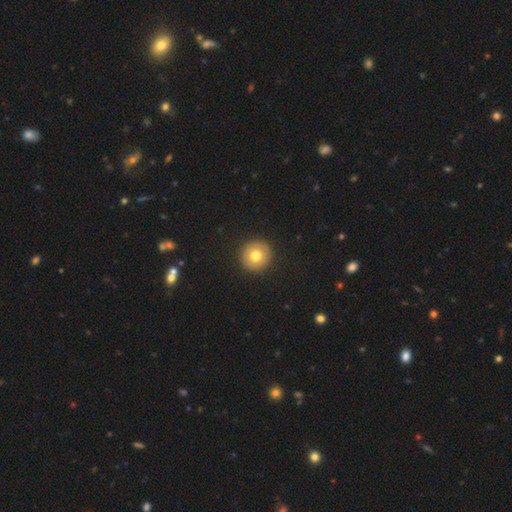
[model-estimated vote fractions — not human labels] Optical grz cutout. It shows a smooth galaxy with no disk features (76%) that is round (95%). Merging: none (93%).